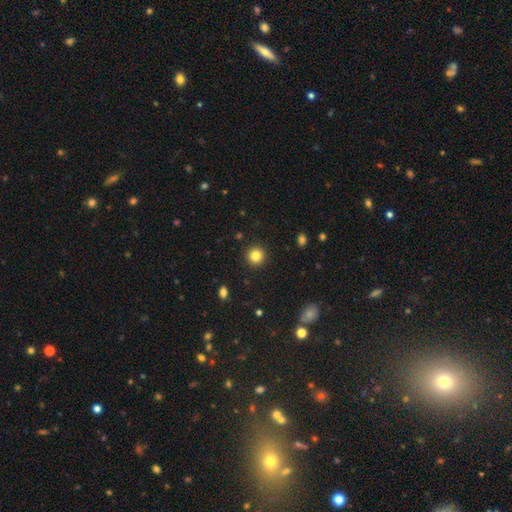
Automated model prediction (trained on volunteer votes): A smooth galaxy with no disk features (83%) that is round (94%). Merging: none (92%).